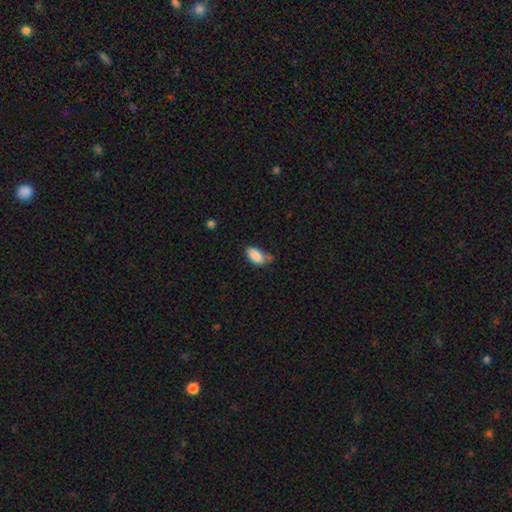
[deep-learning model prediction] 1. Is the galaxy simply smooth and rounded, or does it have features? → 88% smooth, 8% star or artifact, 5% featured or disk.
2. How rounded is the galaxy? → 93% in between, 4% round, 4% cigar-shaped.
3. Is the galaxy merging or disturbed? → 55% none, 31% minor disturbance, 7% major disturbance, 7% merger.